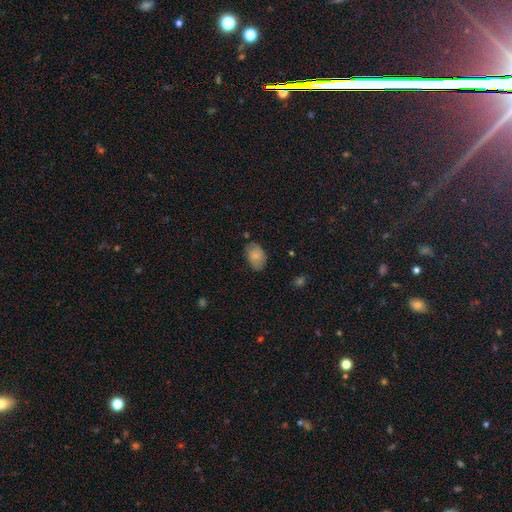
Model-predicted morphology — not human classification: Smooth or featured? Predicted: smooth (p=0.80). How rounded? Predicted: in between (p=0.88). Merging? Predicted: none (p=0.76).